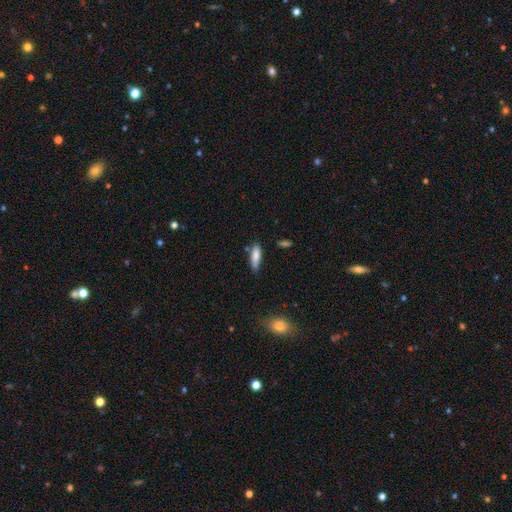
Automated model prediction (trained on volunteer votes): Q: Smooth or featured?
A: smooth (80%); runner-up: featured or disk (13%)
Q: How rounded?
A: in between (50%); runner-up: cigar-shaped (48%)
Q: Merging?
A: none (64%); runner-up: minor disturbance (26%)